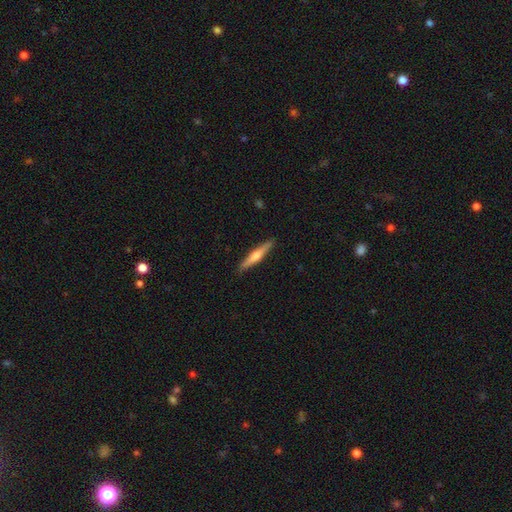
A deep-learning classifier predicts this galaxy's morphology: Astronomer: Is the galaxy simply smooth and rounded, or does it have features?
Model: featured or disk — 53% (runner-up: smooth, 42%).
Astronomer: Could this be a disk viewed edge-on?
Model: yes — 97%.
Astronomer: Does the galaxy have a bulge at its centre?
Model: rounded — 77%.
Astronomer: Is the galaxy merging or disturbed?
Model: none — 90%.